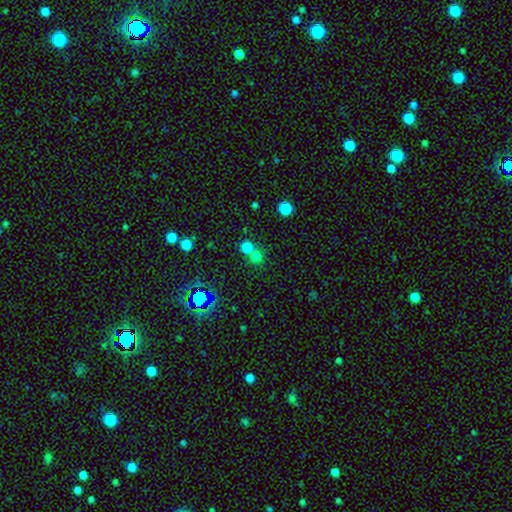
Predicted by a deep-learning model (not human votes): The model was most divided on "merging": none: 57%, merger: 35%, minor disturbance: 6%, major disturbance: 3%. More confident: how rounded — round (90%); smooth or featured — smooth (67%).